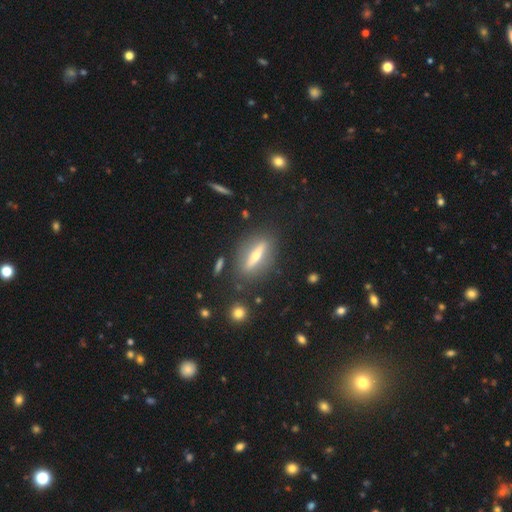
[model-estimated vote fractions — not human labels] The model was most divided on "smooth or featured": featured or disk: 64%, smooth: 24%, star or artifact: 12%. More confident: edge-on bulge — rounded (86%); edge-on disk — yes (83%); merging — none (83%).